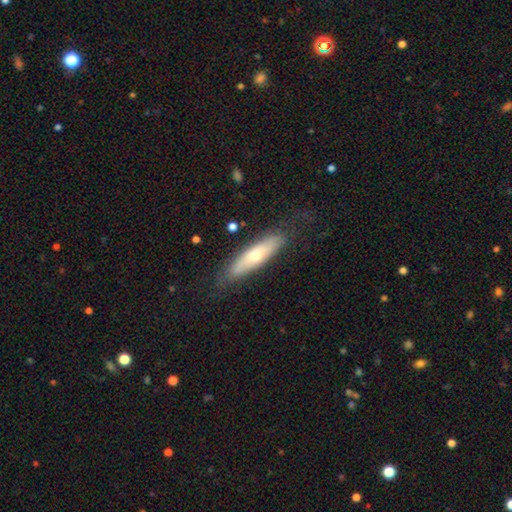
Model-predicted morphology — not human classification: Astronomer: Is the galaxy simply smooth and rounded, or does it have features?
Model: smooth — 50% (runner-up: featured or disk, 44%).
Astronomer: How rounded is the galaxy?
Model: cigar-shaped — 64%.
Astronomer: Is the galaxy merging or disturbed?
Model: none — 79%.